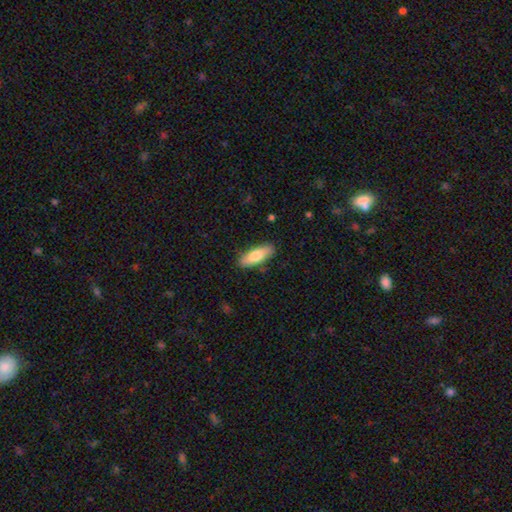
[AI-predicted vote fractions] Smooth or featured?
  - smooth: 76% *
  - featured or disk: 18%
  - star or artifact: 6%
How rounded?
  - in between: 60% *
  - cigar-shaped: 38%
  - round: 2%
Merging?
  - none: 86% *
  - minor disturbance: 11%
  - major disturbance: 2%
  - merger: 1%